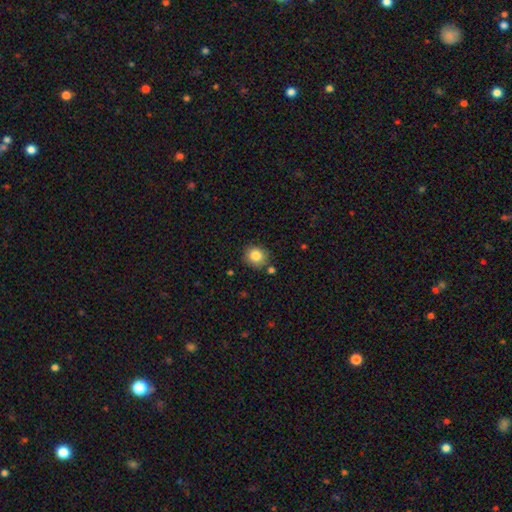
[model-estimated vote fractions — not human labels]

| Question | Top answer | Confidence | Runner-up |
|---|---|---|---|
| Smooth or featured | smooth | 83% | star or artifact (10%) |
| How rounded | round | 85% | in between (14%) |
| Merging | none | 83% | minor disturbance (9%) |